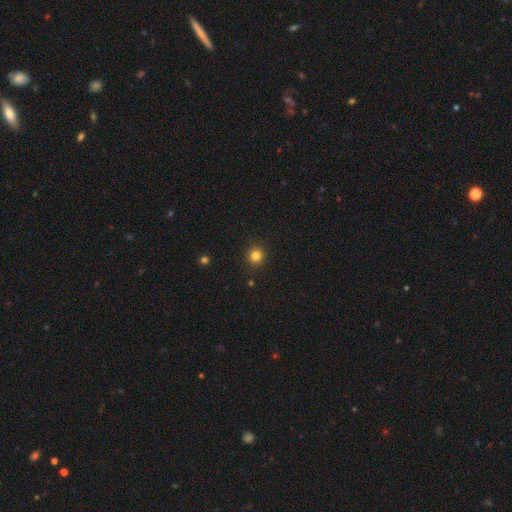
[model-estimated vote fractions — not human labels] Smooth or featured: smooth — 82% (star or artifact — 13%)
How rounded: round — 94% (in between — 5%)
Merging: none — 92% (minor disturbance — 5%)